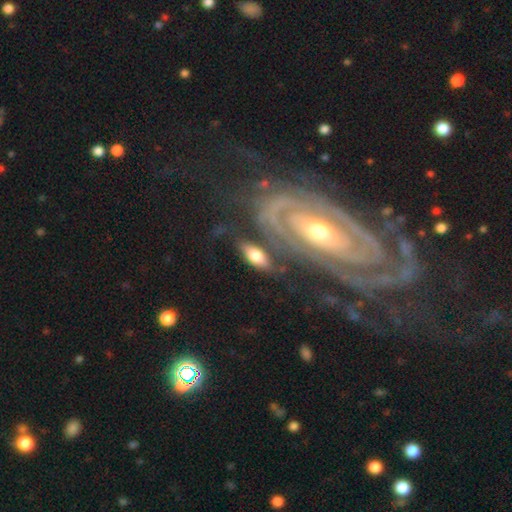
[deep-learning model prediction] A smooth galaxy with no disk features (56%) that is in between round and cigar-shaped (82%).

Vote fractions:
- Smooth or featured? smooth: 56% / featured or disk: 37% / star or artifact: 7%
- How rounded? in between: 82% / cigar-shaped: 12% / round: 6%
- Merging? none: 57% / minor disturbance: 18% / merger: 14% / major disturbance: 10%